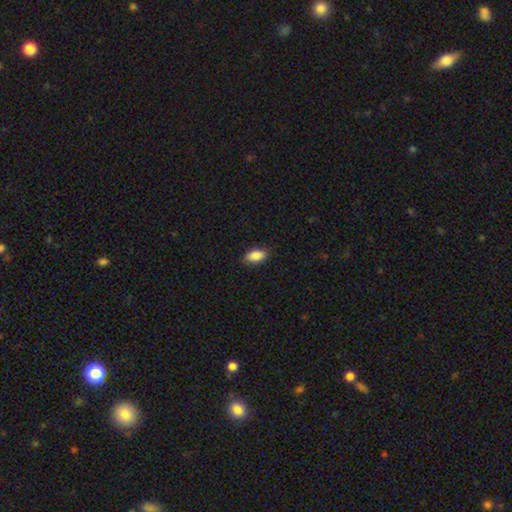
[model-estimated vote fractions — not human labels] smooth 87%, star or artifact 7%, featured or disk 6%. Down the decision tree: how rounded — in between (92%); merging — none (87%).